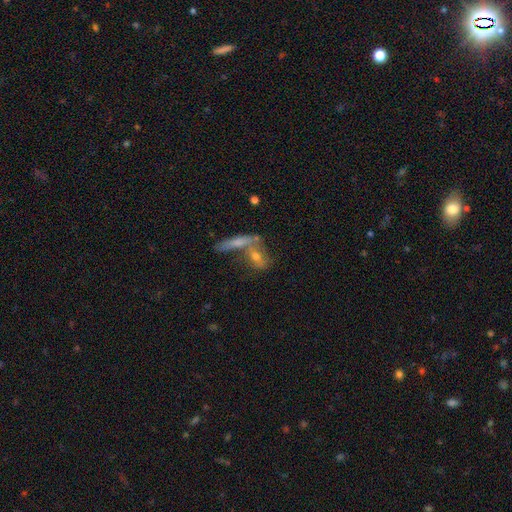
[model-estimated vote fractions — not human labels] smooth-or-featured: featured or disk: 46% | smooth: 40% | star or artifact: 14%
  merging: merger: 50% | none: 35% | minor disturbance: 9% | major disturbance: 6%